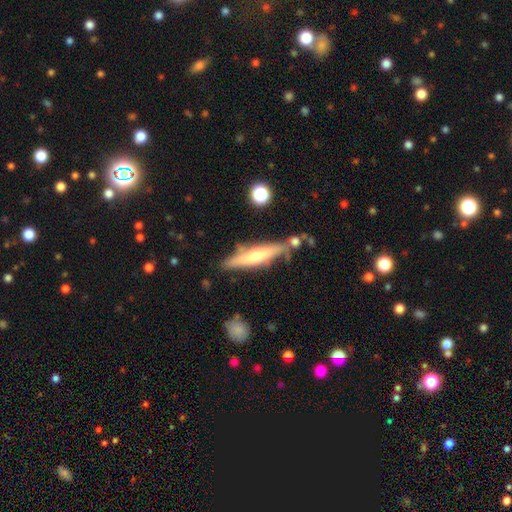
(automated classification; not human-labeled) This appears to be a featured or disk galaxy (52%) viewed edge-on (90%). Merging: none (65%).